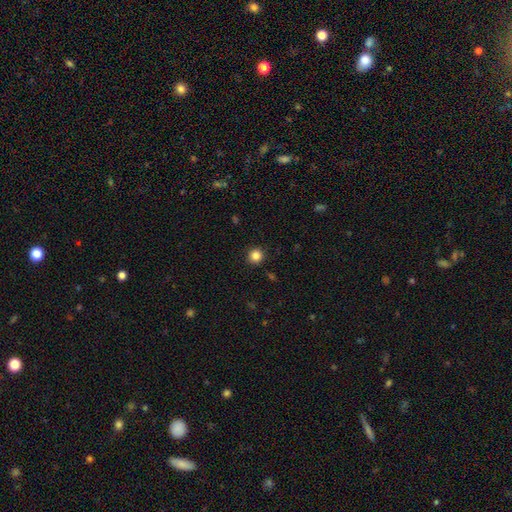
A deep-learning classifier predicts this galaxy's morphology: A smooth galaxy with no disk features (85%) that is round (92%).

Vote fractions:
- Smooth or featured? smooth: 85% / star or artifact: 11% / featured or disk: 4%
- How rounded? round: 92% / in between: 7% / cigar-shaped: 1%
- Merging? none: 92% / minor disturbance: 5% / major disturbance: 2% / merger: 1%